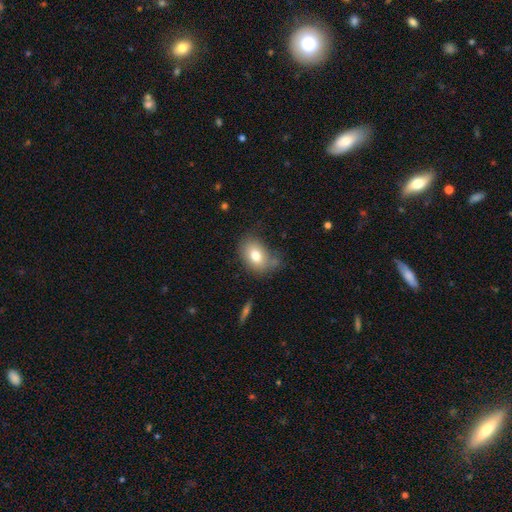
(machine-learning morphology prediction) A smooth galaxy with no disk features (76%) that is in between round and cigar-shaped (78%).

Vote fractions:
- Smooth or featured? smooth: 76% / featured or disk: 15% / star or artifact: 9%
- How rounded? in between: 78% / round: 20% / cigar-shaped: 1%
- Merging? none: 59% / minor disturbance: 26% / major disturbance: 9% / merger: 6%